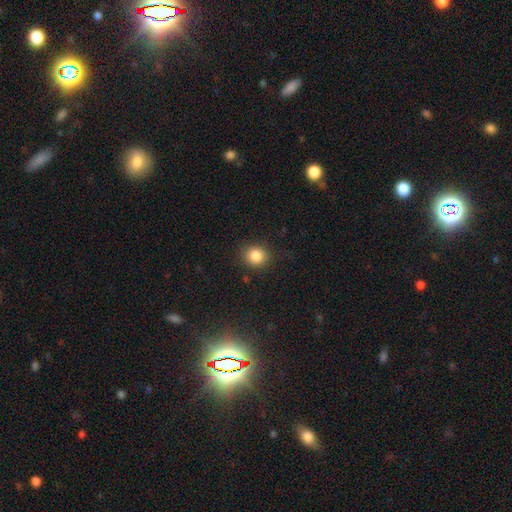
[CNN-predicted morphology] Smooth or featured: smooth — 85% (star or artifact — 10%)
How rounded: round — 79% (in between — 20%)
Merging: none — 86% (minor disturbance — 10%)